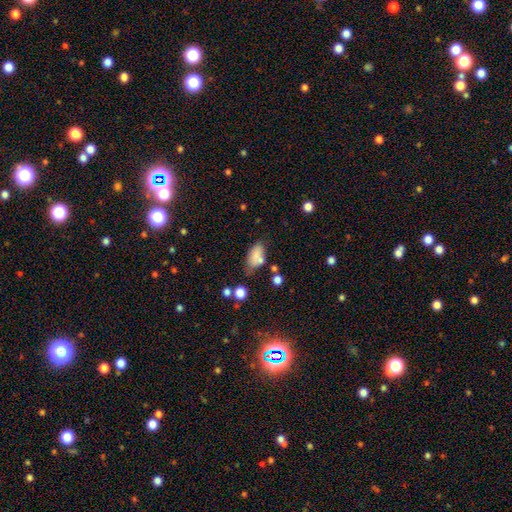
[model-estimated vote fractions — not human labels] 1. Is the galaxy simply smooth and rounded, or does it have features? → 79% smooth, 11% featured or disk, 10% star or artifact.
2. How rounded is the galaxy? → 90% in between, 6% round, 4% cigar-shaped.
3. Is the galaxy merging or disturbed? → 51% none, 26% minor disturbance, 13% merger, 10% major disturbance.